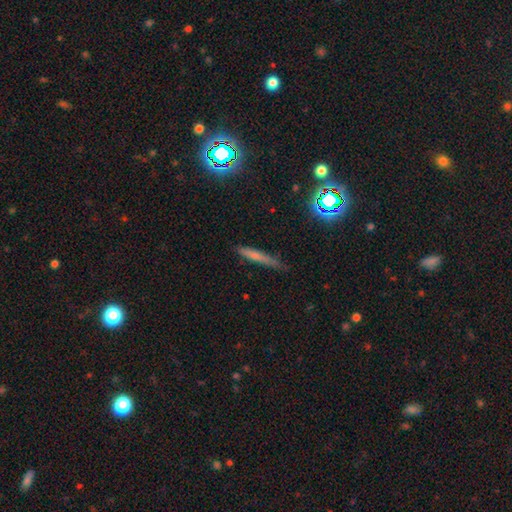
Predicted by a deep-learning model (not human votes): Overall: smooth (58%; featured or disk 28%). How rounded: cigar-shaped (92%). Merging: none (77%).